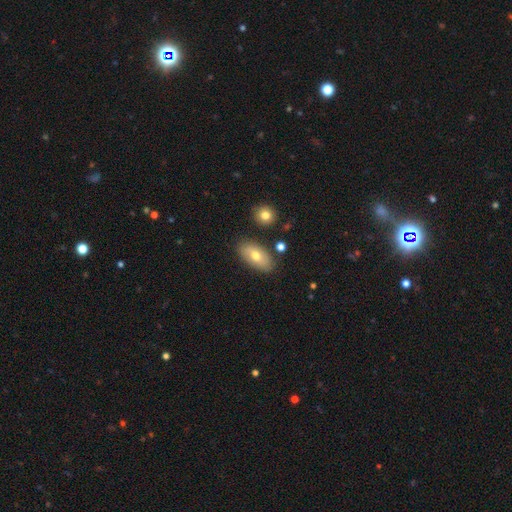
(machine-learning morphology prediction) smooth 66%, featured or disk 26%, star or artifact 7%. Down the decision tree: how rounded — in between (91%); merging — none (80%).